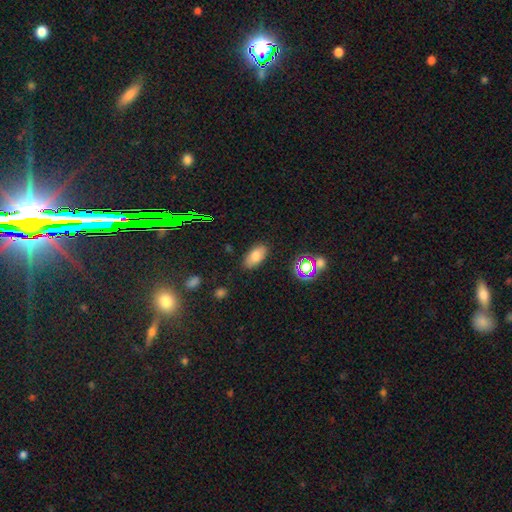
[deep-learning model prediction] This appears to be a smooth galaxy with no disk features (78%) that is in between round and cigar-shaped (92%). Merging: none (84%).